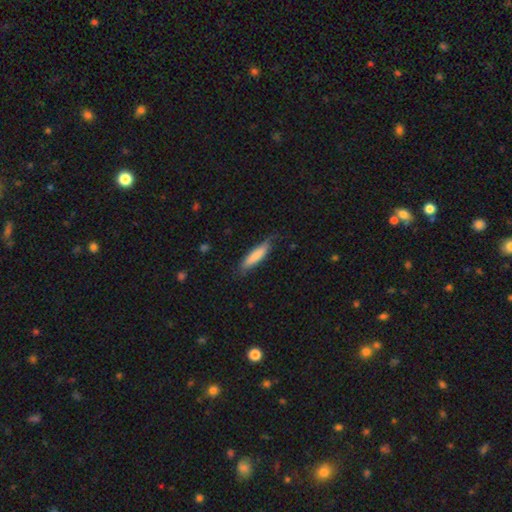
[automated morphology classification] This appears to be a smooth galaxy with no disk features (80%) that is cigar-shaped (72%). Merging: none (70%).